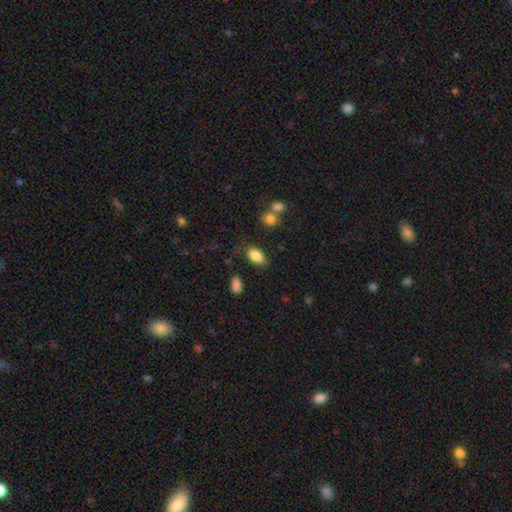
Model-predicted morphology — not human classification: A smooth galaxy with no disk features (85%) that is in between round and cigar-shaped (91%). Merging: none (77%).